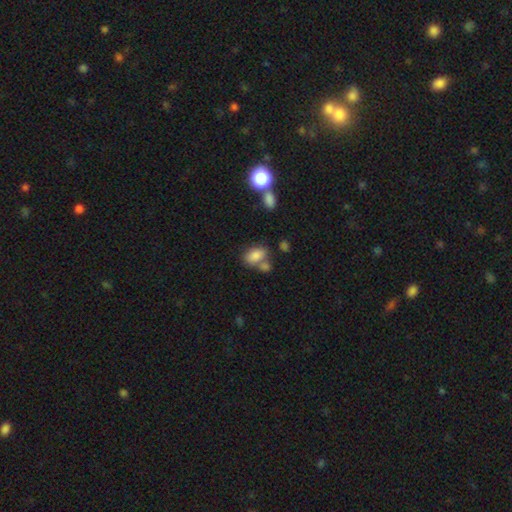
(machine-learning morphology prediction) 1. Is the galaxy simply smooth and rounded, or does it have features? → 81% smooth, 9% star or artifact, 9% featured or disk.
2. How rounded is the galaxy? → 87% in between, 11% round, 2% cigar-shaped.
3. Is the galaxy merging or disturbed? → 48% none, 32% merger, 14% minor disturbance, 6% major disturbance.